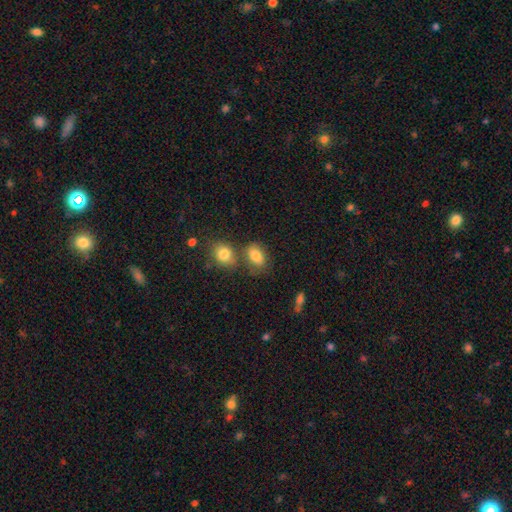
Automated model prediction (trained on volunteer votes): Morphology: type=smooth (82%); roundness=in between (85%); merging=none (58%).